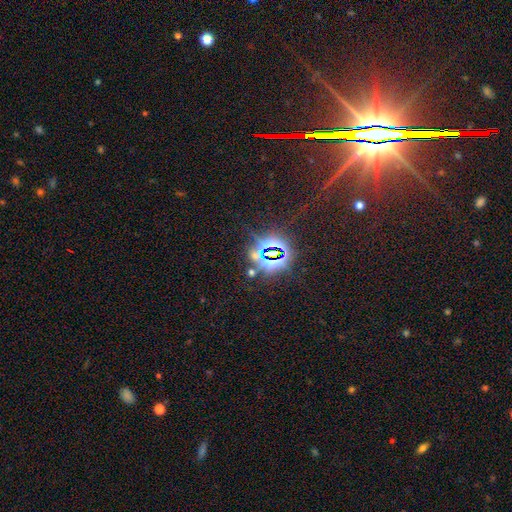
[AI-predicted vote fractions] A star or artifact, not a galaxy (78%).